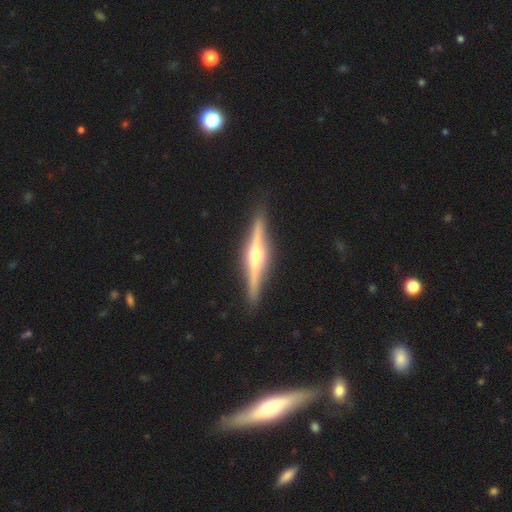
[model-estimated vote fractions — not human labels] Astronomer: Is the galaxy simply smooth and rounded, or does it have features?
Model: featured or disk — 81%.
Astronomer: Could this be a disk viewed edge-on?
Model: yes — 98%.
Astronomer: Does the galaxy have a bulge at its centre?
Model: rounded — 91%.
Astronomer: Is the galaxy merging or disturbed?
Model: none — 90%.